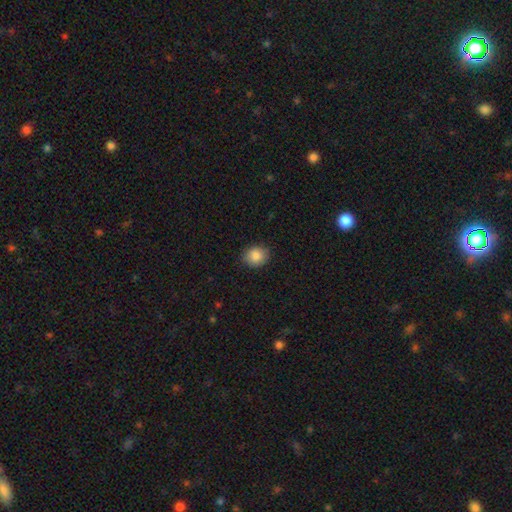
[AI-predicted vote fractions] This appears to be a smooth galaxy with no disk features (86%) that is round (68%). Merging: none (87%).